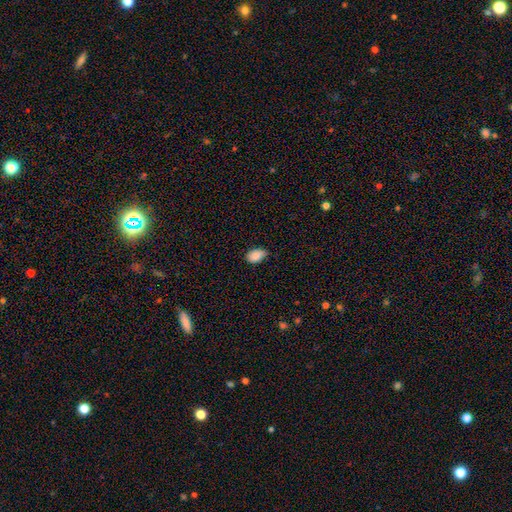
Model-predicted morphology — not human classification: Smooth or featured? smooth (87%)
How rounded? in between (88%)
Merging? none (56%)